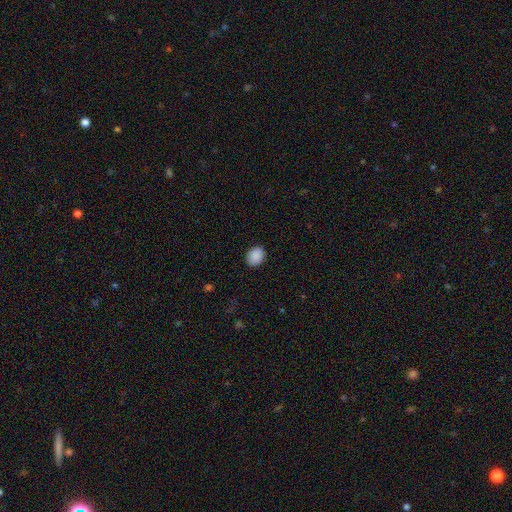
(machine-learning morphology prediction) This appears to be a smooth galaxy with no disk features (89%) that is round (50%). Merging: none (88%).